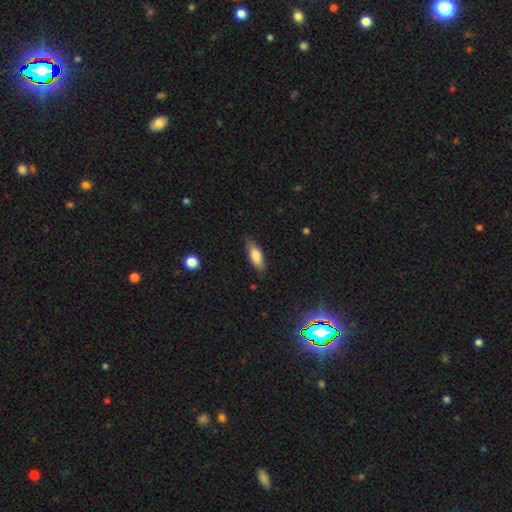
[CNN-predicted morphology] Smooth or featured? Predicted: smooth (p=0.78). How rounded? Predicted: in between (p=0.65). Merging? Predicted: none (p=0.78).